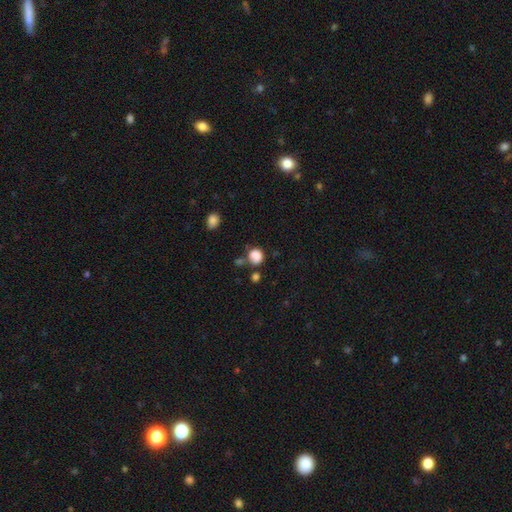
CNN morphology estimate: Overall: smooth (84%). How rounded: round (73%). Merging: none (58%; minor disturbance 19%).